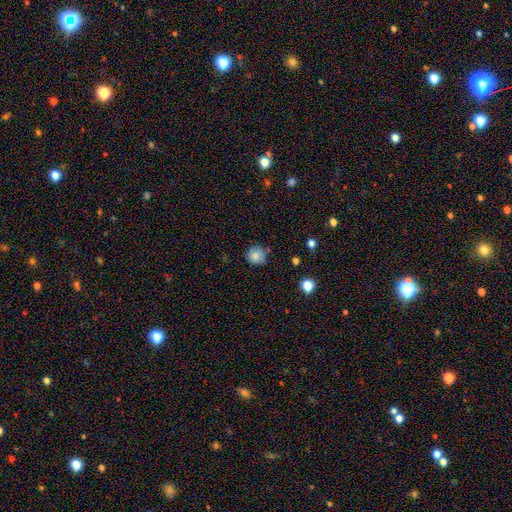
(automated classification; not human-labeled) This appears to be a smooth galaxy with no disk features (82%) that is round (89%). Merging: none (73%).